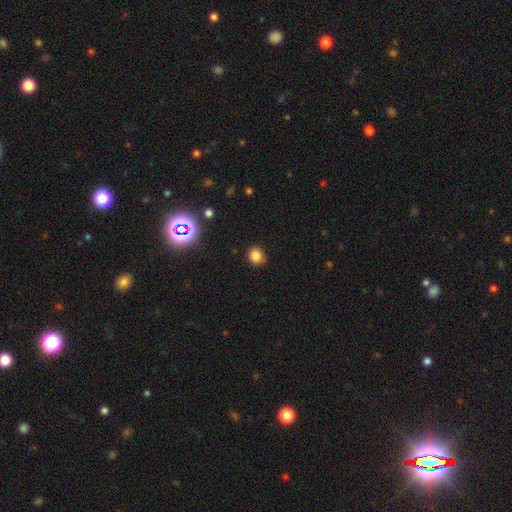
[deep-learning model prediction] Morphology: type=smooth (82%); roundness=round (76%); merging=none (82%).